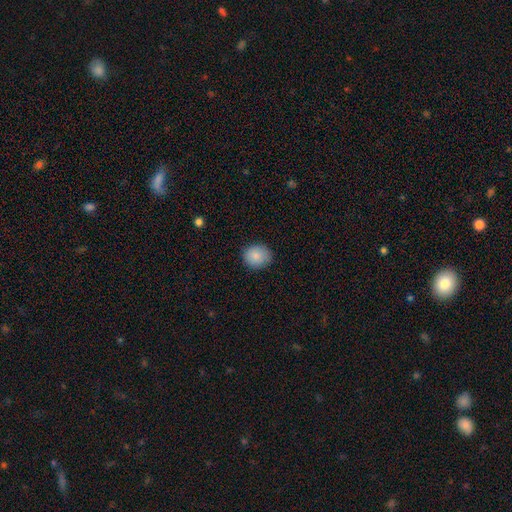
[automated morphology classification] Q: Smooth or featured?
A: smooth (87%); runner-up: star or artifact (8%)
Q: How rounded?
A: round (69%); runner-up: in between (31%)
Q: Merging?
A: none (85%); runner-up: minor disturbance (12%)